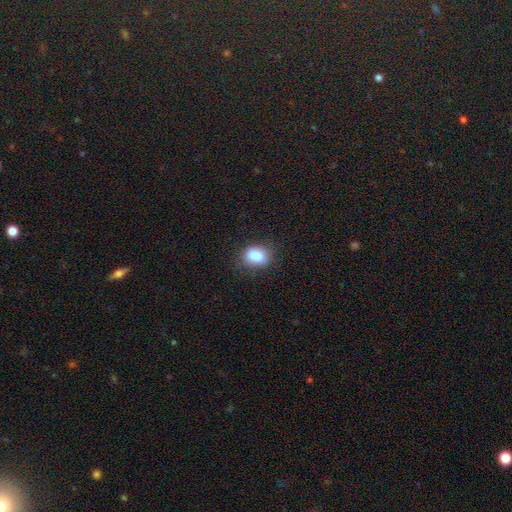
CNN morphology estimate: Smooth or featured?
  - smooth: 83% *
  - star or artifact: 10%
  - featured or disk: 7%
How rounded?
  - in between: 67% *
  - round: 32%
  - cigar-shaped: 2%
Merging?
  - none: 80% *
  - minor disturbance: 14%
  - major disturbance: 4%
  - merger: 1%